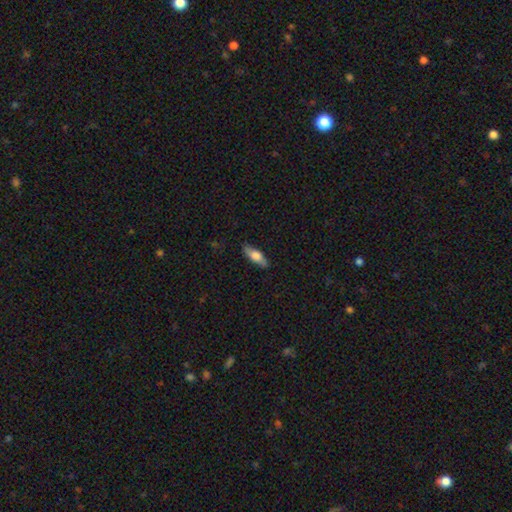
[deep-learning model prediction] The model was most divided on "how rounded": in between: 62%, cigar-shaped: 35%, round: 2%. More confident: merging — none (83%); smooth or featured — smooth (67%).